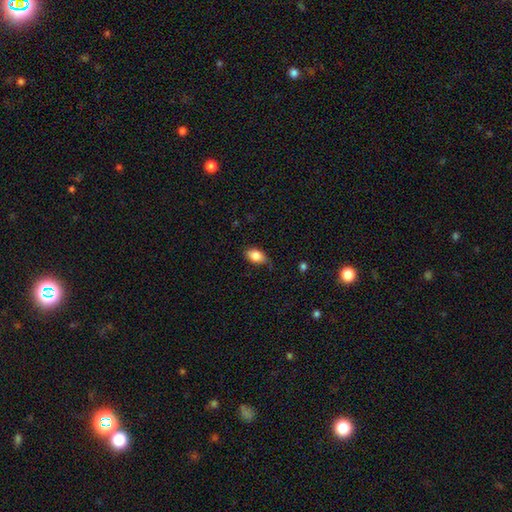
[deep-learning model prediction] The model was most divided on "merging": none: 64%, minor disturbance: 28%, major disturbance: 6%, merger: 2%. More confident: how rounded — in between (88%); smooth or featured — smooth (83%).